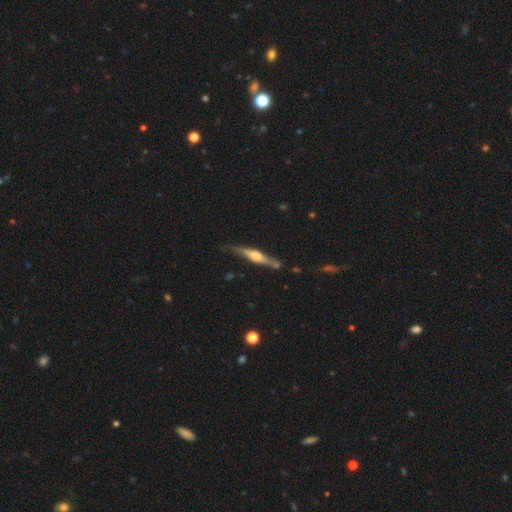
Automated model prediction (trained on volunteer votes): Smooth or featured?
  - featured or disk: 71% *
  - smooth: 24%
  - star or artifact: 5%
Edge-on disk?
  - yes: 95% *
  - no: 5%
Edge-on bulge?
  - rounded: 78% *
  - boxy: 16%
  - none: 6%
Merging?
  - none: 71% *
  - minor disturbance: 20%
  - major disturbance: 5%
  - merger: 4%